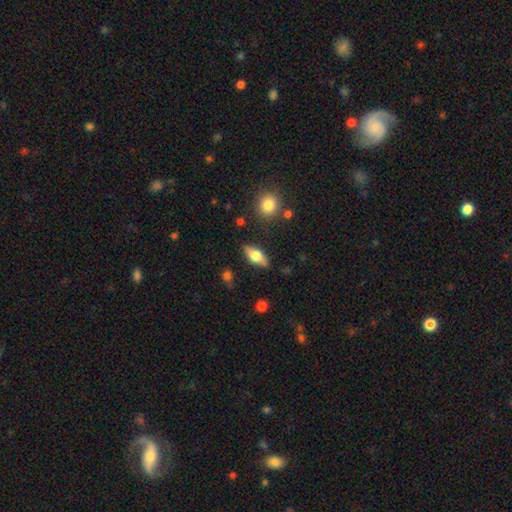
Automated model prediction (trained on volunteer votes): The model was most divided on "smooth or featured": smooth: 56%, featured or disk: 38%, star or artifact: 7%. More confident: merging — none (84%); how rounded — in between (78%).